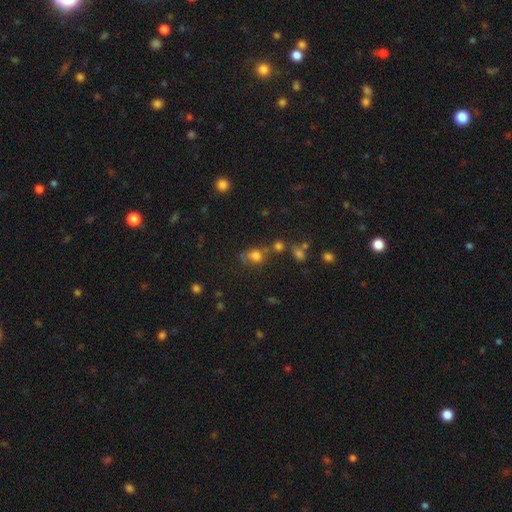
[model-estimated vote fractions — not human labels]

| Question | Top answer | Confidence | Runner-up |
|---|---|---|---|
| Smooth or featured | smooth | 72% | star or artifact (18%) |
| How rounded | round | 62% | in between (37%) |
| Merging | none | 52% | minor disturbance (19%) |